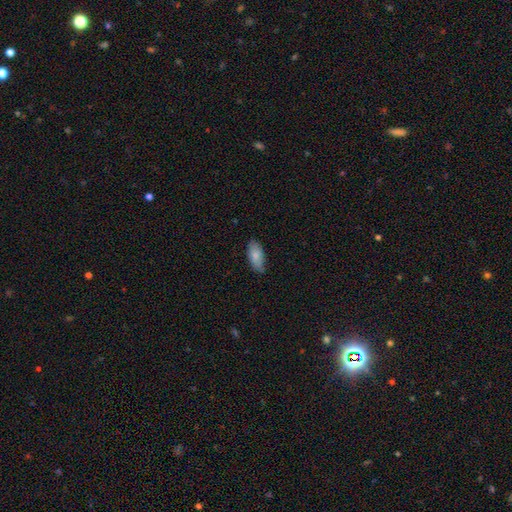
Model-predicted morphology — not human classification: smooth-or-featured: smooth: 81% | featured or disk: 13% | star or artifact: 6%
  how-rounded: in between: 89% | cigar-shaped: 9% | round: 2%
  merging: none: 70% | minor disturbance: 25% | major disturbance: 3% | merger: 1%